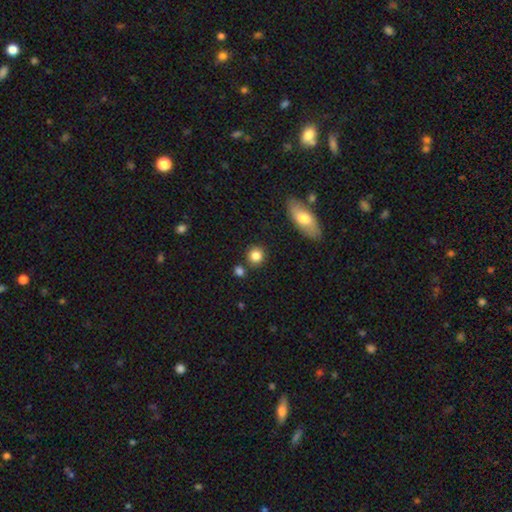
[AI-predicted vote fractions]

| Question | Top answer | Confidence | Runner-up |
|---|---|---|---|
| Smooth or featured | smooth | 84% | star or artifact (10%) |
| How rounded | round | 88% | in between (11%) |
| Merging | none | 83% | minor disturbance (8%) |